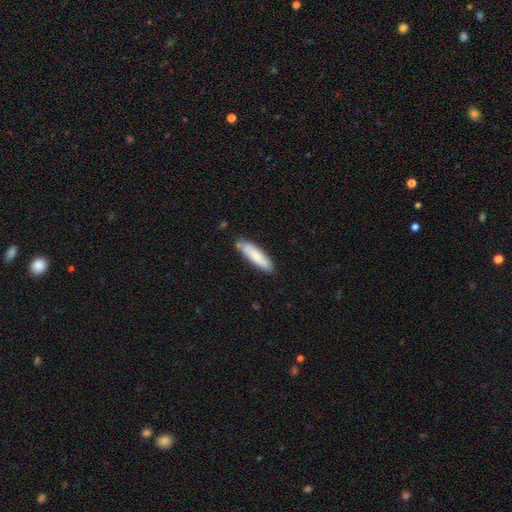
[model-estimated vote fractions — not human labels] smooth-or-featured: smooth: 80% | featured or disk: 14% | star or artifact: 5%
  how-rounded: cigar-shaped: 70% | in between: 28% | round: 1%
  merging: none: 80% | minor disturbance: 14% | merger: 3% | major disturbance: 2%